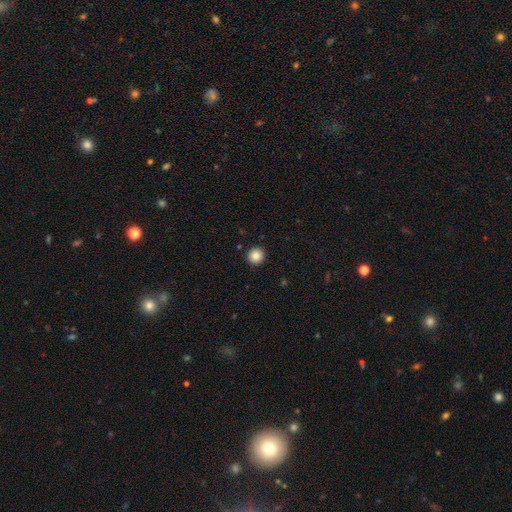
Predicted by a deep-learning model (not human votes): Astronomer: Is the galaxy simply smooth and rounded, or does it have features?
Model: smooth — 86%.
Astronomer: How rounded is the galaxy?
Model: round — 95%.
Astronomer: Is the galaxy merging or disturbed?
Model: none — 93%.